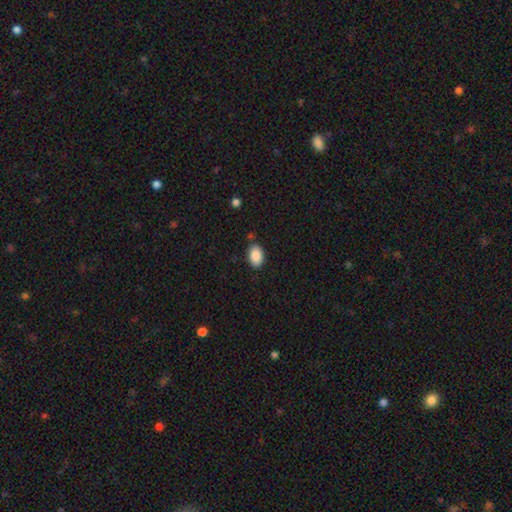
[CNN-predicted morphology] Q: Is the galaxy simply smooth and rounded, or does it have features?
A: smooth — 89%.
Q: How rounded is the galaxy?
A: in between — 88%.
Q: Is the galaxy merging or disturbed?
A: none — 82%.